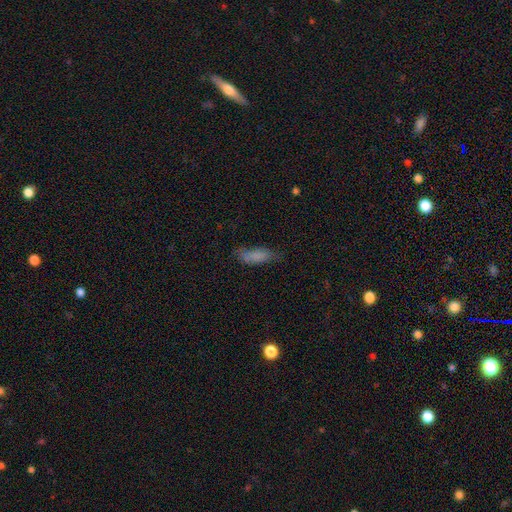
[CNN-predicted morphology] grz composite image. It shows a smooth galaxy with no disk features (76%) that is in between round and cigar-shaped (66%). Merging: none (53%).